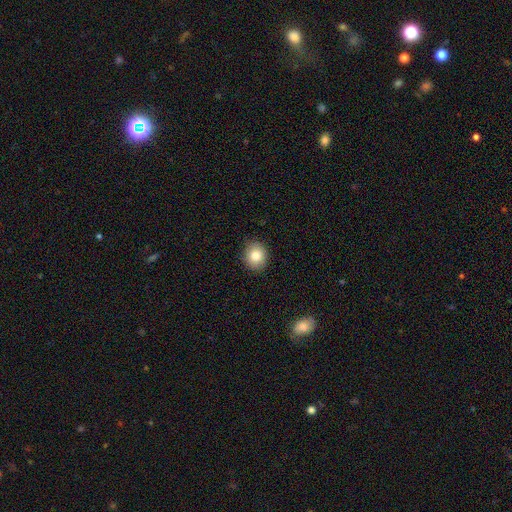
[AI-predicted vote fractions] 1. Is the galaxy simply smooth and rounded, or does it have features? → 83% smooth, 9% star or artifact, 8% featured or disk.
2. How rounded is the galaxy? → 72% round, 27% in between, 1% cigar-shaped.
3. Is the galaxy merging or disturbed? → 90% none, 7% minor disturbance, 2% major disturbance, 1% merger.